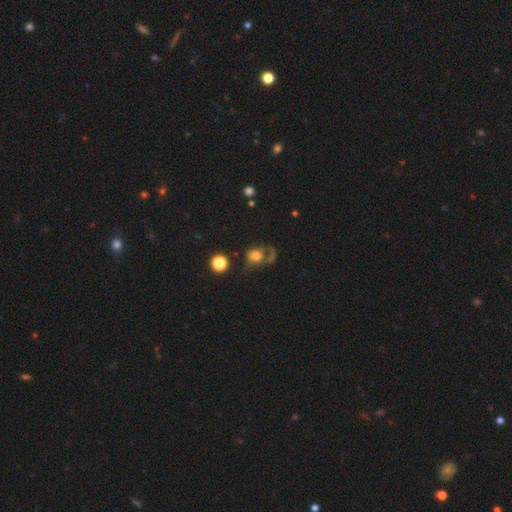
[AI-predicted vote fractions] smooth-or-featured: smooth: 58% | featured or disk: 28% | star or artifact: 14%
  how-rounded: round: 63% | in between: 36% | cigar-shaped: 1%
  merging: major disturbance: 47% | none: 28% | minor disturbance: 15% | merger: 11%